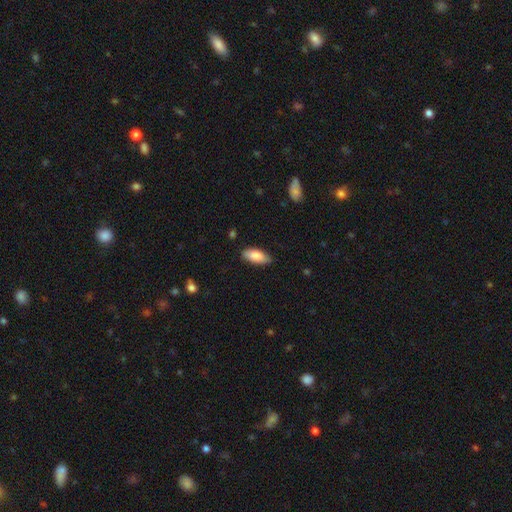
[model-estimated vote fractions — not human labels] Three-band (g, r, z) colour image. It shows a smooth galaxy with no disk features (85%) that is in between round and cigar-shaped (84%). Merging: none (79%).